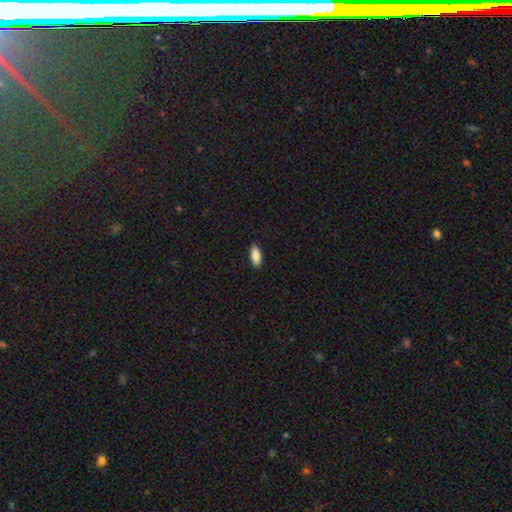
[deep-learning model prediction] This is clearly a smooth galaxy (88%). How rounded: clearly in between (83%). Merging: clearly none (89%).